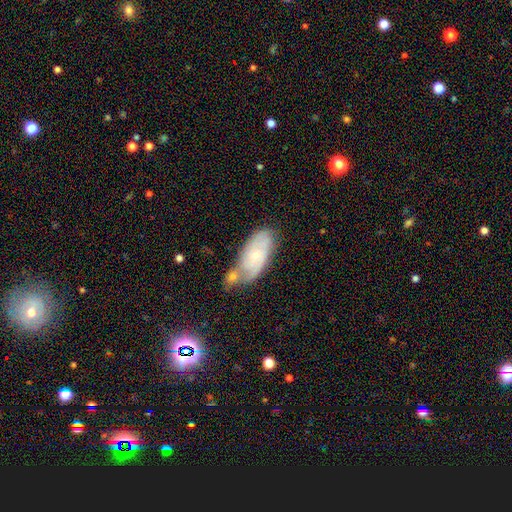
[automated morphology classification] type=featured or disk (54%); edge-on=no (91%); merging=none (36%).